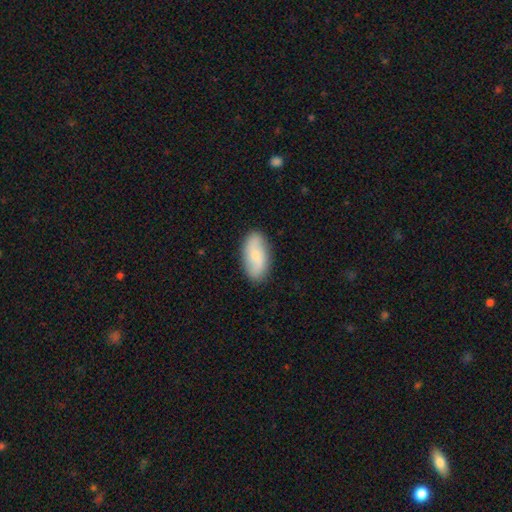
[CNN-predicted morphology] A smooth galaxy with no disk features (52%) that is in between round and cigar-shaped (91%). Merging: none (86%).